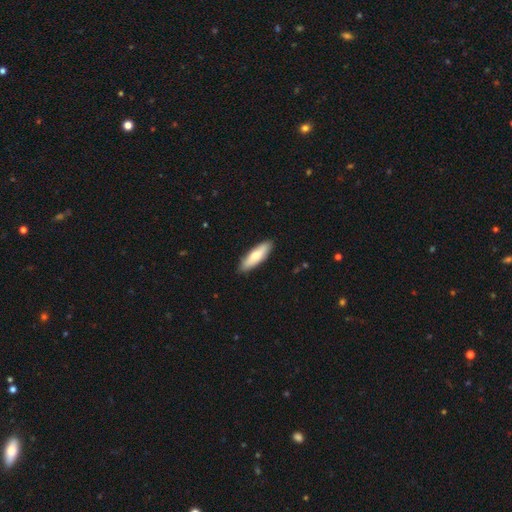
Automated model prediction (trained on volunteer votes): Smooth or featured?
  - smooth: 69% *
  - featured or disk: 26%
  - star or artifact: 5%
How rounded?
  - cigar-shaped: 53% *
  - in between: 45%
  - round: 2%
Merging?
  - none: 89% *
  - minor disturbance: 8%
  - major disturbance: 2%
  - merger: 1%